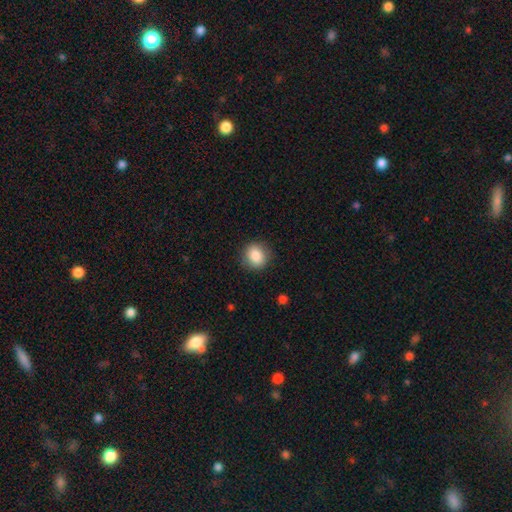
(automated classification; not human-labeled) Smooth or featured? Predicted: smooth (p=0.86). How rounded? Predicted: round (p=0.79). Merging? Predicted: none (p=0.87).